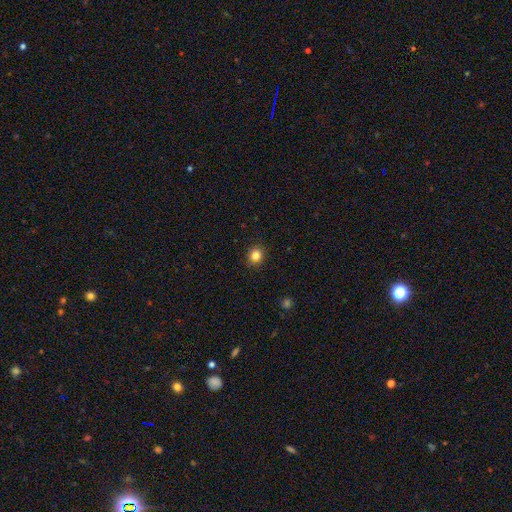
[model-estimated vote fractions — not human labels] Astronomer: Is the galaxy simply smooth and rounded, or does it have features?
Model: smooth — 83%.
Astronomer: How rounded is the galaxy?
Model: round — 84%.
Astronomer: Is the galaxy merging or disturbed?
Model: none — 91%.